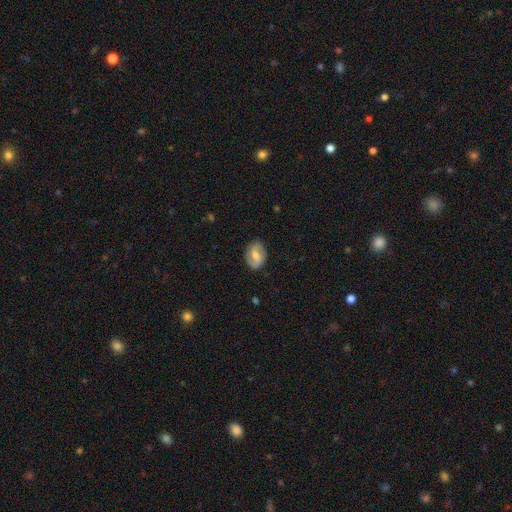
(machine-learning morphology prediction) Q: Smooth or featured?
A: featured or disk (62%); runner-up: smooth (32%)
Q: Edge-on disk?
A: no (97%); runner-up: yes (3%)
Q: Bar?
A: weak (50%); runner-up: strong (26%)
Q: Spiral arms?
A: yes (82%); runner-up: no (18%)
Q: Bulge size?
A: moderate (58%); runner-up: small (27%)
Q: Merging?
A: none (82%); runner-up: minor disturbance (13%)